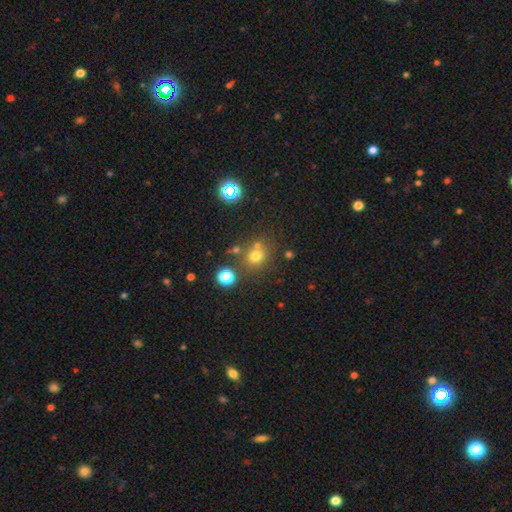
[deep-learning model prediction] A smooth galaxy with no disk features (68%) that is round (85%).

Vote fractions:
- Smooth or featured? smooth: 68% / star or artifact: 22% / featured or disk: 10%
- How rounded? round: 85% / in between: 14% / cigar-shaped: 1%
- Merging? none: 69% / merger: 16% / minor disturbance: 10% / major disturbance: 4%